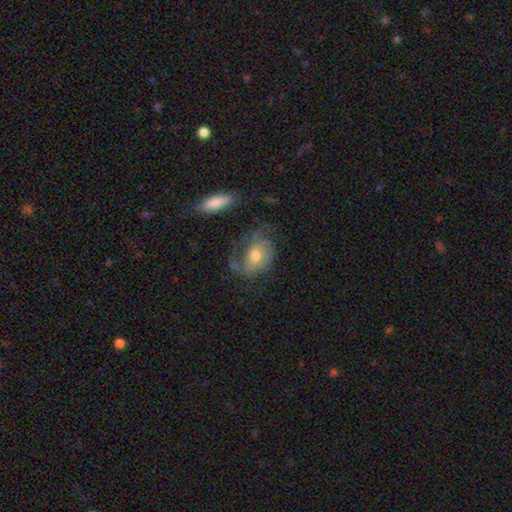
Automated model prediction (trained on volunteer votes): smooth_or_featured: featured or disk (p=0.53) [alt: smooth p=0.39]
disk_edge_on: no (p=0.94) [alt: yes p=0.06]
bar: no (p=0.69) [alt: weak p=0.25]
has_spiral_arms: yes (p=0.68) [alt: no p=0.32]
bulge_size: moderate (p=0.66) [alt: small p=0.20]
merging: none (p=0.43) [alt: major disturbance p=0.27]